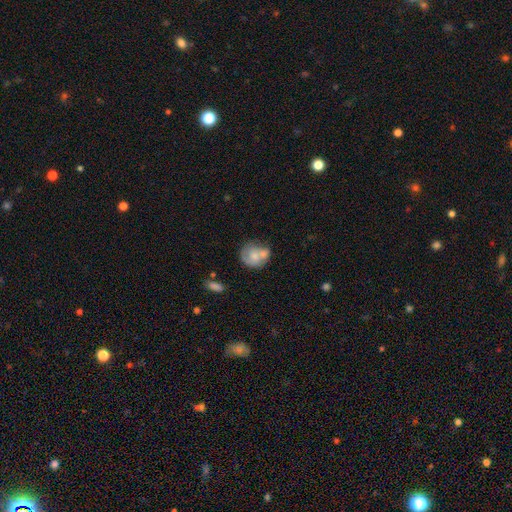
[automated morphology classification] Smooth or featured?
  - smooth: 57% *
  - featured or disk: 36%
  - star or artifact: 7%
How rounded?
  - round: 69% *
  - in between: 30%
  - cigar-shaped: 1%
Merging?
  - none: 36% *
  - merger: 33%
  - minor disturbance: 21%
  - major disturbance: 10%